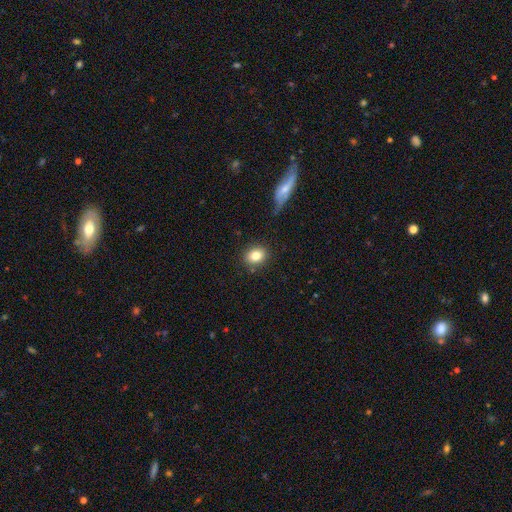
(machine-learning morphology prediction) This appears to be a smooth galaxy with no disk features (82%) that is round (55%). Merging: none (84%).